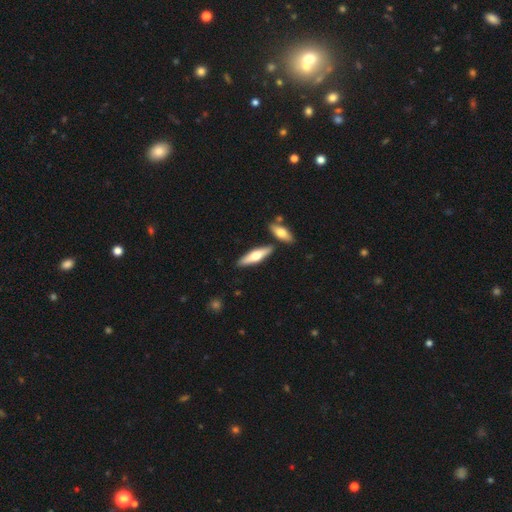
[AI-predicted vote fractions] smooth-or-featured: smooth: 54% | featured or disk: 41% | star or artifact: 5%
  how-rounded: cigar-shaped: 64% | in between: 34% | round: 2%
  merging: none: 79% | merger: 9% | minor disturbance: 9% | major disturbance: 2%